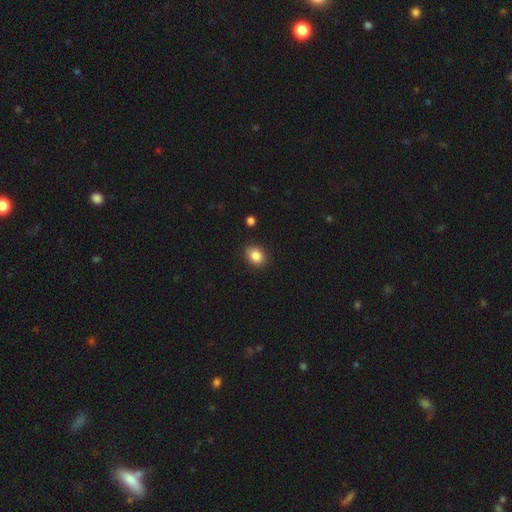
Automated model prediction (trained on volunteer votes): smooth_or_featured: smooth (p=0.86) [alt: star or artifact p=0.09]
how_rounded: in between (p=0.52) [alt: round p=0.47]
merging: none (p=0.88) [alt: minor disturbance p=0.08]